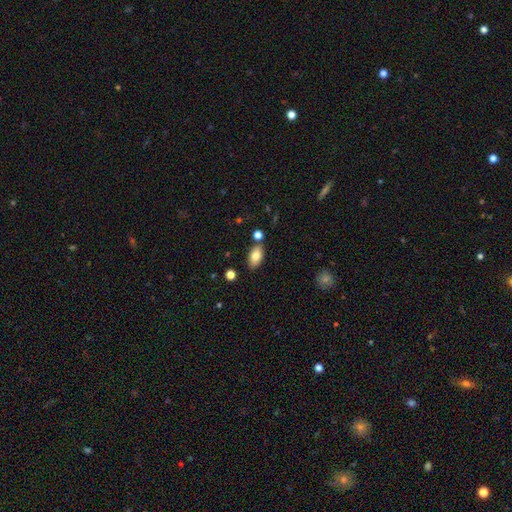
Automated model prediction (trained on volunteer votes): Smooth or featured? Predicted: smooth (p=0.81). How rounded? Predicted: in between (p=0.92). Merging? Predicted: none (p=0.80).